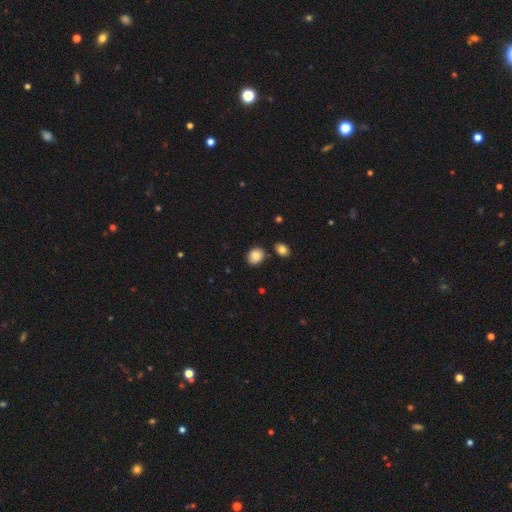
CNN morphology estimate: A smooth galaxy with no disk features (87%) that is round (59%).

Vote fractions:
- Smooth or featured? smooth: 87% / star or artifact: 8% / featured or disk: 5%
- How rounded? round: 59% / in between: 39% / cigar-shaped: 1%
- Merging? none: 79% / minor disturbance: 13% / merger: 6% / major disturbance: 3%